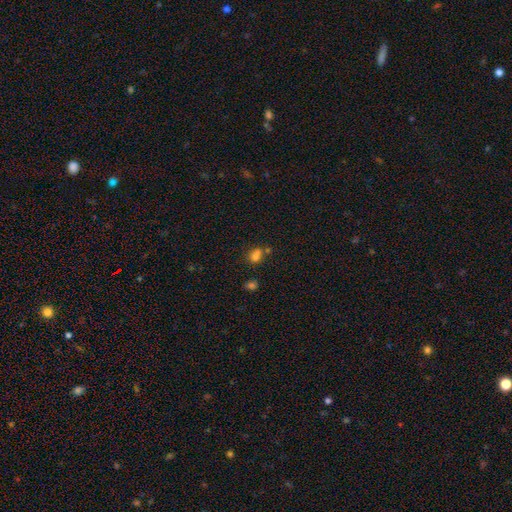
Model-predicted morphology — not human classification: smooth-or-featured: smooth: 71% | star or artifact: 19% | featured or disk: 11%
  how-rounded: round: 64% | in between: 35% | cigar-shaped: 1%
  merging: none: 43% | merger: 39% | minor disturbance: 12% | major disturbance: 5%